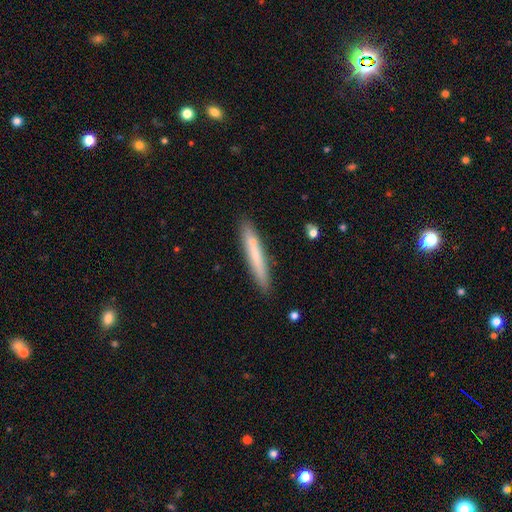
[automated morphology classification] Smooth or featured: smooth — 64% (featured or disk — 30%)
How rounded: cigar-shaped — 93% (in between — 6%)
Merging: none — 82% (minor disturbance — 11%)